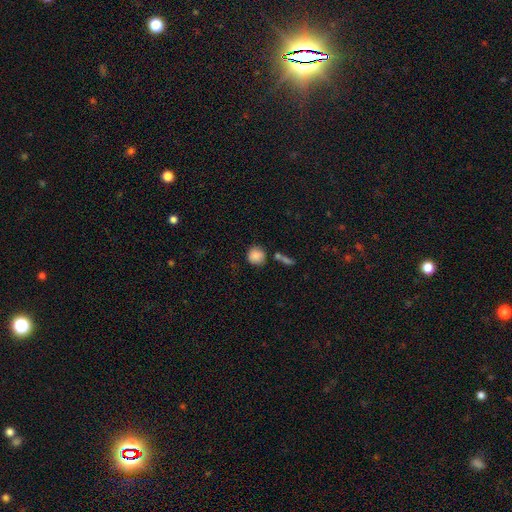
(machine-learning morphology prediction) smooth-or-featured: smooth: 86% | star or artifact: 8% | featured or disk: 6%
  how-rounded: round: 89% | in between: 10% | cigar-shaped: 1%
  merging: none: 72% | minor disturbance: 14% | merger: 11% | major disturbance: 4%